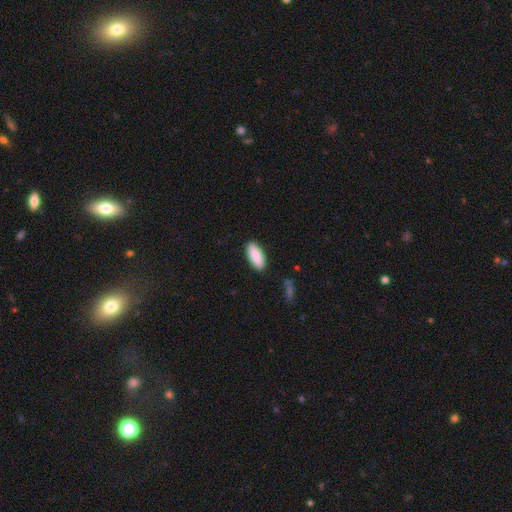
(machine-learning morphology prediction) A smooth galaxy with no disk features (88%) that is in between round and cigar-shaped (83%). Merging: none (87%).